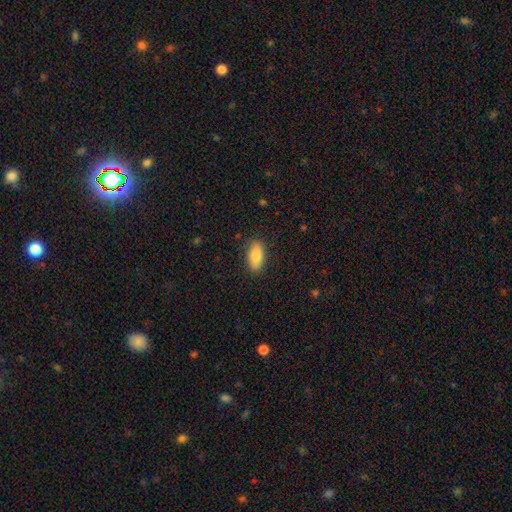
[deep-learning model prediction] smooth 82%, featured or disk 11%, star or artifact 7%. Down the decision tree: how rounded — in between (87%); merging — none (87%).